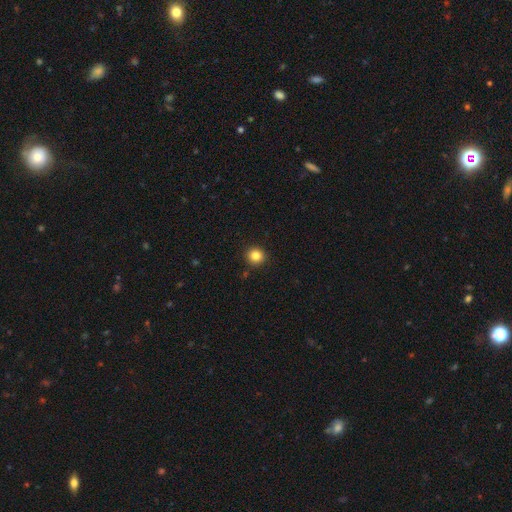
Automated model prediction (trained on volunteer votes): Smooth or featured: smooth — 84% (star or artifact — 11%)
How rounded: round — 92% (in between — 7%)
Merging: none — 92% (minor disturbance — 5%)